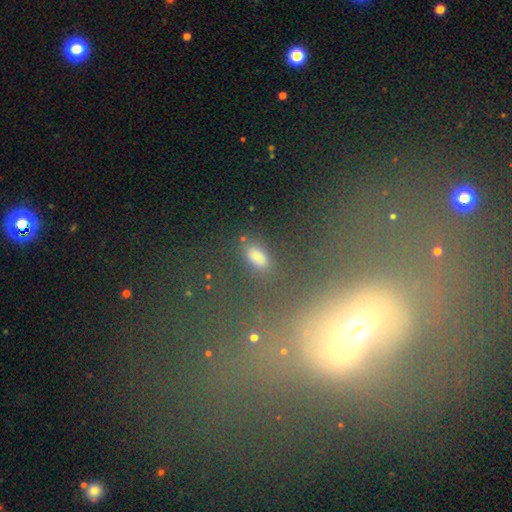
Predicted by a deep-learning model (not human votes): Smooth or featured?
  - smooth: 51% *
  - star or artifact: 24%
  - featured or disk: 24%
How rounded?
  - in between: 76% *
  - round: 15%
  - cigar-shaped: 9%
Merging?
  - none: 55% *
  - merger: 18%
  - minor disturbance: 14%
  - major disturbance: 13%